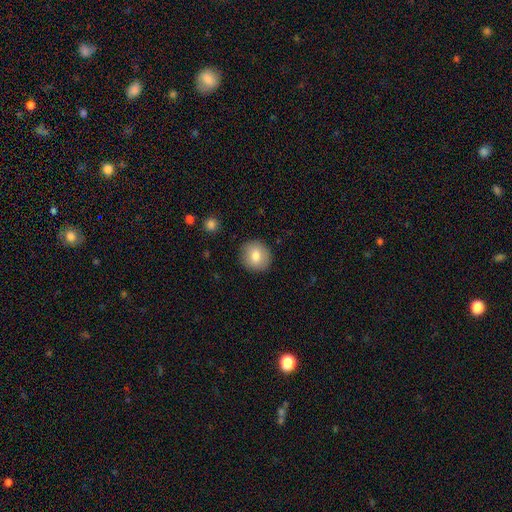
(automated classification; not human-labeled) Smooth or featured: smooth — 79% (featured or disk — 12%)
How rounded: round — 85% (in between — 14%)
Merging: none — 89% (minor disturbance — 8%)